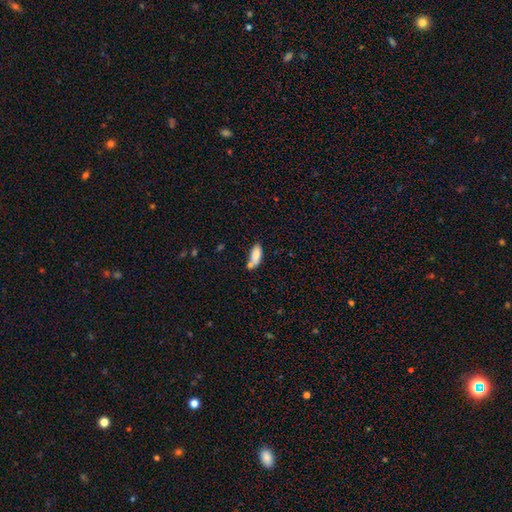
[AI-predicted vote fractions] The model was most divided on "merging": none: 46%, merger: 28%, minor disturbance: 20%, major disturbance: 6%. More confident: smooth or featured — smooth (80%); how rounded — in between (75%).